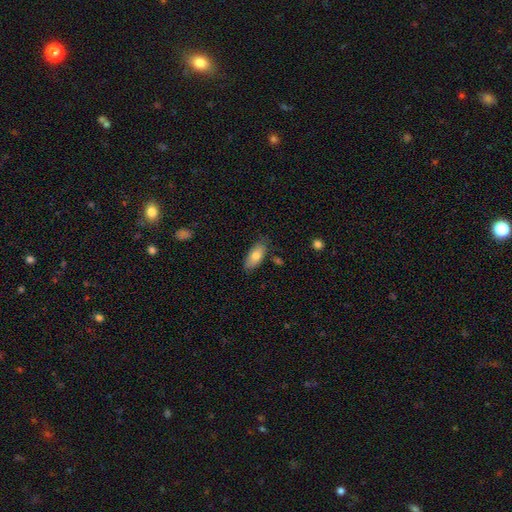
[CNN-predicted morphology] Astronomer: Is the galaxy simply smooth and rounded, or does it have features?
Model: smooth — 76%.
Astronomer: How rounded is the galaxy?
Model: in between — 89%.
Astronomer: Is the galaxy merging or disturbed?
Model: none — 78%.